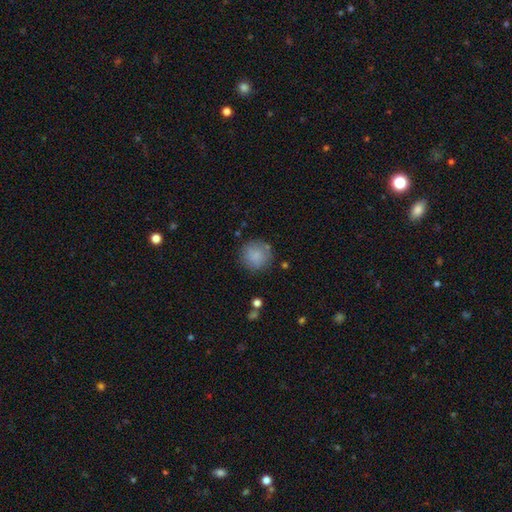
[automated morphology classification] A smooth galaxy with no disk features (83%) that is round (93%).

Vote fractions:
- Smooth or featured? smooth: 83% / featured or disk: 9% / star or artifact: 8%
- How rounded? round: 93% / in between: 6% / cigar-shaped: 1%
- Merging? none: 79% / minor disturbance: 13% / major disturbance: 5% / merger: 3%